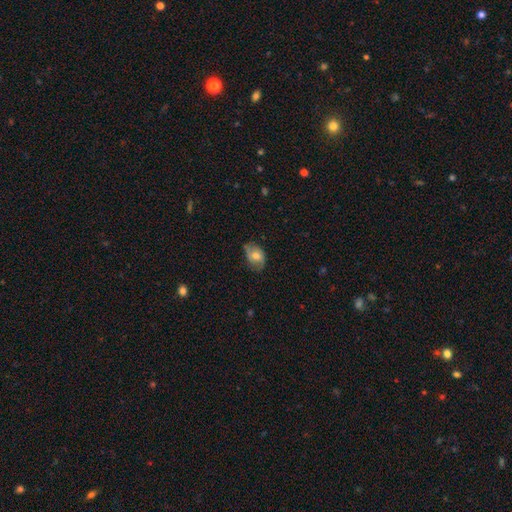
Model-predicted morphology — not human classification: This appears to be a smooth galaxy with no disk features (59%) that is in between round and cigar-shaped (76%). Merging: none (60%).